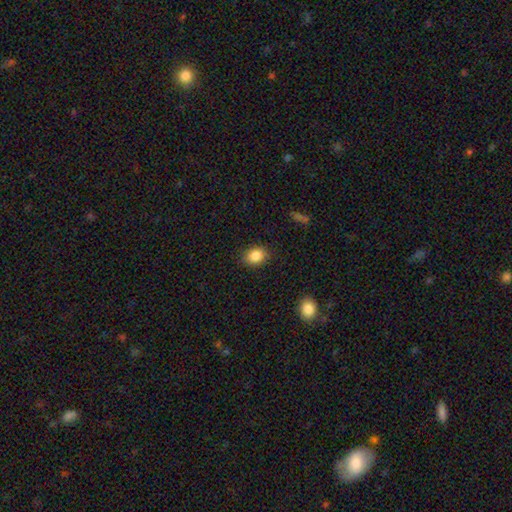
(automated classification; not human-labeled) smooth-or-featured: smooth: 86% | star or artifact: 9% | featured or disk: 5%
  how-rounded: in between: 51% | round: 48% | cigar-shaped: 1%
  merging: none: 86% | minor disturbance: 10% | major disturbance: 3% | merger: 1%